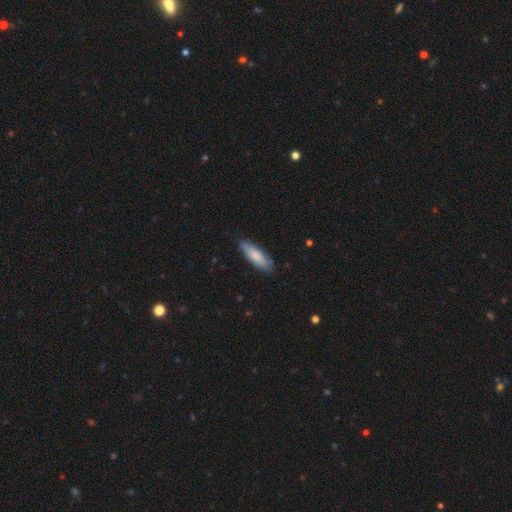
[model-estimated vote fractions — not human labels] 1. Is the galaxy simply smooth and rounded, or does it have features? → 77% smooth, 18% featured or disk, 5% star or artifact.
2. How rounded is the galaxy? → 51% cigar-shaped, 48% in between, 2% round.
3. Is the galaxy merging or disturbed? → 83% none, 14% minor disturbance, 2% major disturbance, 1% merger.